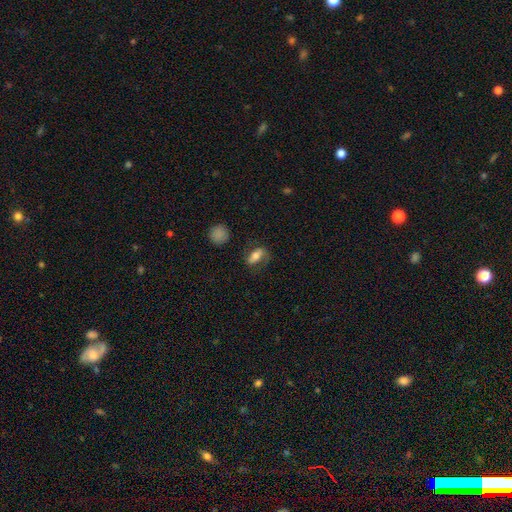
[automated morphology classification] A smooth galaxy with no disk features (58%) that is in between round and cigar-shaped (78%).

Vote fractions:
- Smooth or featured? smooth: 58% / featured or disk: 34% / star or artifact: 9%
- How rounded? in between: 78% / round: 11% / cigar-shaped: 11%
- Merging? none: 64% / minor disturbance: 19% / major disturbance: 14% / merger: 2%